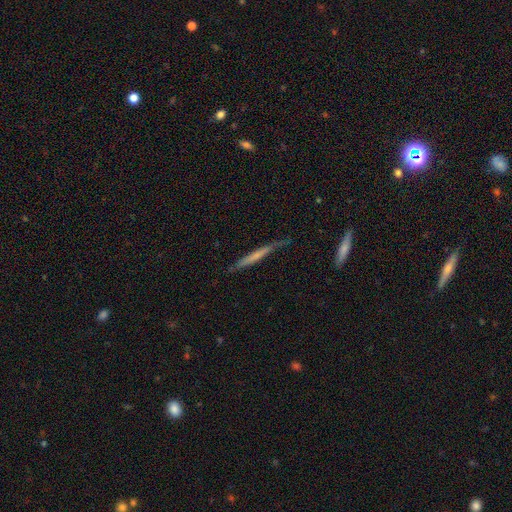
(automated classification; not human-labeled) Smooth or featured?
  - smooth: 49% *
  - featured or disk: 45%
  - star or artifact: 6%
Merging?
  - none: 68% *
  - minor disturbance: 24%
  - major disturbance: 6%
  - merger: 2%